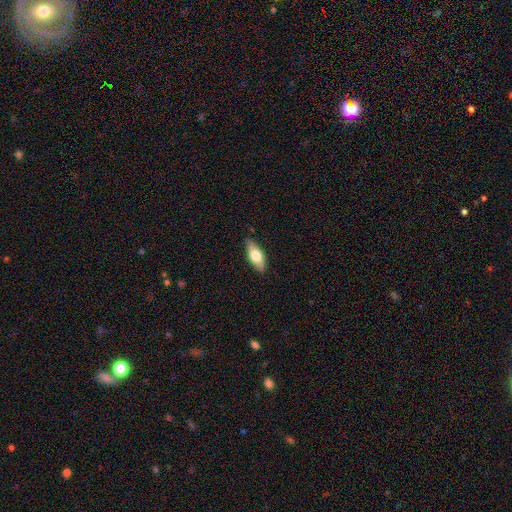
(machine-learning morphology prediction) type=smooth (64%); roundness=in between (74%); merging=none (84%).